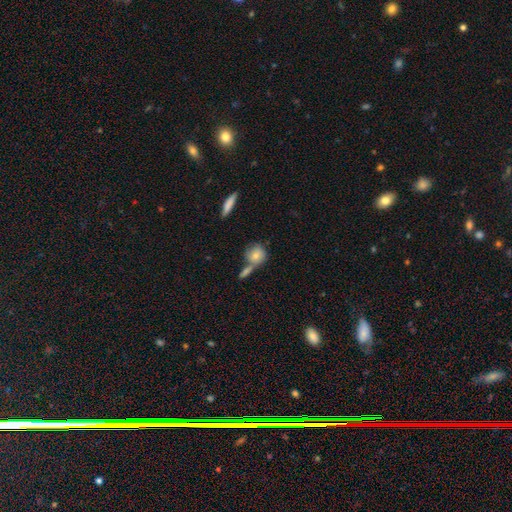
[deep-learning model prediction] Overall: smooth (74%). How rounded: round (77%). Merging: none (50%; merger 33%).